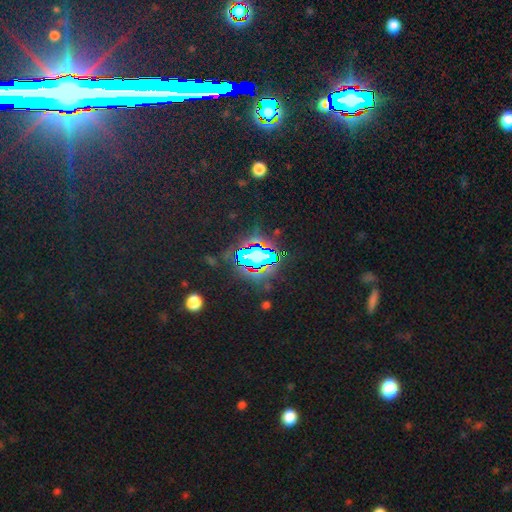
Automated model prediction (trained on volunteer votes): Q: Smooth or featured?
A: star or artifact (64%); runner-up: smooth (23%)